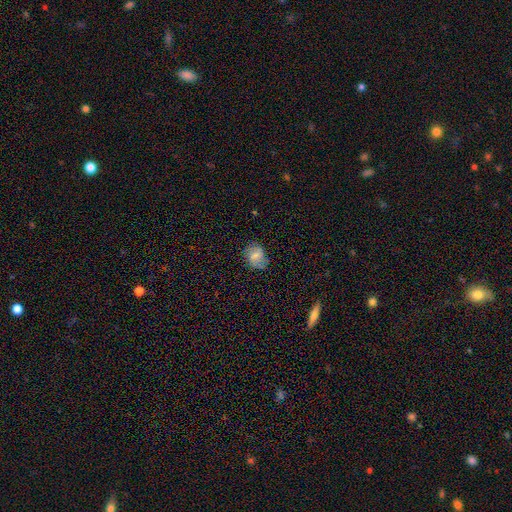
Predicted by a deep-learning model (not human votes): This is likely a smooth galaxy (64%). How rounded: likely in between (64%). Merging: likely none (64%).